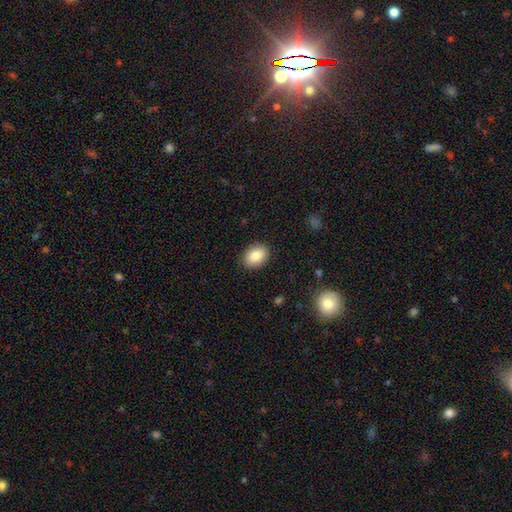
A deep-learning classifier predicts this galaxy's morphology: Smooth or featured: smooth — 86% (star or artifact — 8%)
How rounded: in between — 72% (round — 27%)
Merging: none — 88% (minor disturbance — 8%)